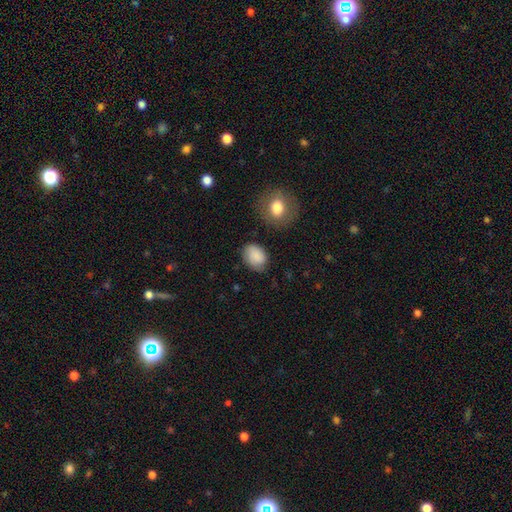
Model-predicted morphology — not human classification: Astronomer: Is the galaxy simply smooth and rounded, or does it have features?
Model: smooth — 85%.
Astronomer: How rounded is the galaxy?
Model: in between — 70%.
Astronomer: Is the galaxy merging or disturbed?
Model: none — 73%.